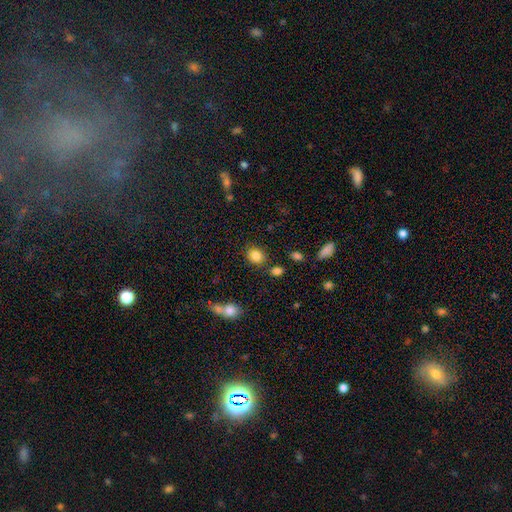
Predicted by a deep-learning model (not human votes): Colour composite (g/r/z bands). It shows a smooth galaxy with no disk features (84%) that is round (63%). Merging: none (79%).